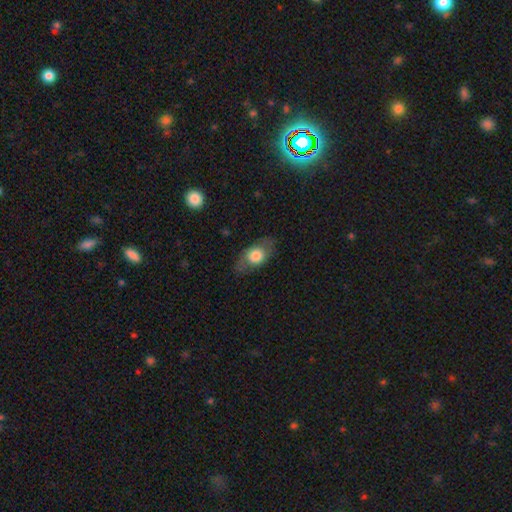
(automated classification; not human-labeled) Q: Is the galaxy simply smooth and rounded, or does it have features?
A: smooth — 64%.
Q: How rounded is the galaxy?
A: in between — 74%.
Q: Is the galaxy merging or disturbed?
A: none — 75%.